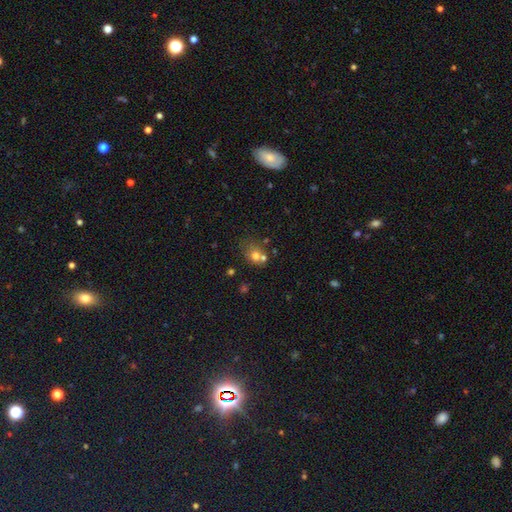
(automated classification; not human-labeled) Q: Smooth or featured?
A: smooth (68%); runner-up: featured or disk (17%)
Q: How rounded?
A: round (59%); runner-up: in between (40%)
Q: Merging?
A: none (42%); runner-up: merger (36%)